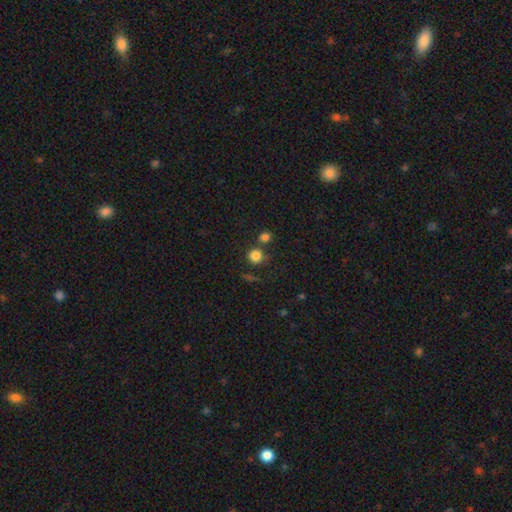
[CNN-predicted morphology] smooth_or_featured: smooth (p=0.81) [alt: star or artifact p=0.13]
how_rounded: round (p=0.90) [alt: in between p=0.09]
merging: none (p=0.69) [alt: merger p=0.19]